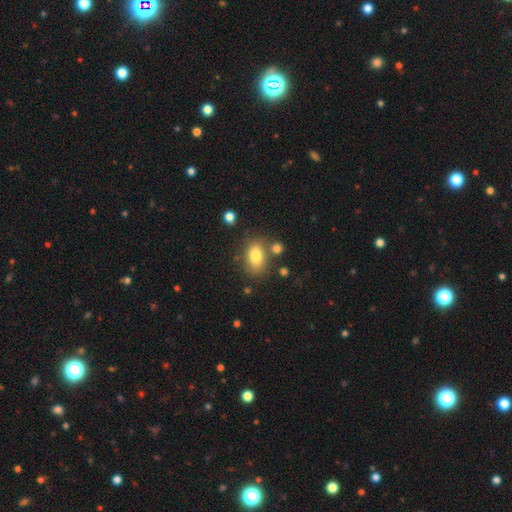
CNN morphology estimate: This is likely a smooth galaxy (80%). How rounded: clearly in between (81%). Merging: likely none (70%).